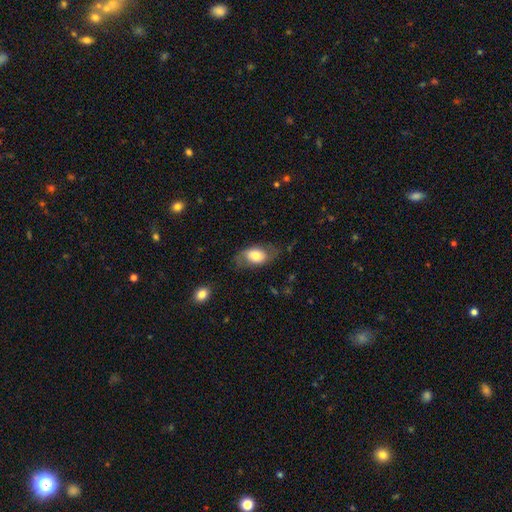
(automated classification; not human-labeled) Q: Smooth or featured?
A: smooth (59%); runner-up: featured or disk (34%)
Q: How rounded?
A: in between (83%); runner-up: round (15%)
Q: Merging?
A: none (62%); runner-up: minor disturbance (23%)